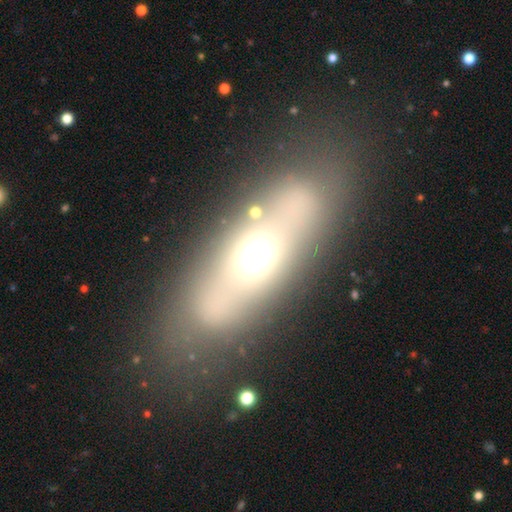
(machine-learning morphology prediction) This is possibly a featured or disk galaxy (52%). It is likely not viewed edge-on (62%). Merging: likely none (77%).